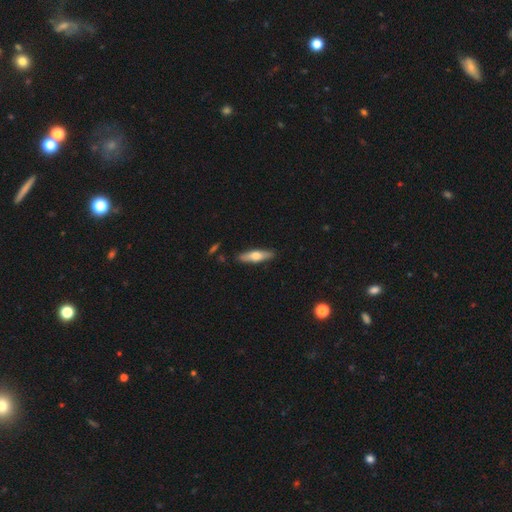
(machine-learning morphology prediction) Smooth or featured? smooth (54%)
How rounded? cigar-shaped (69%)
Merging? none (88%)